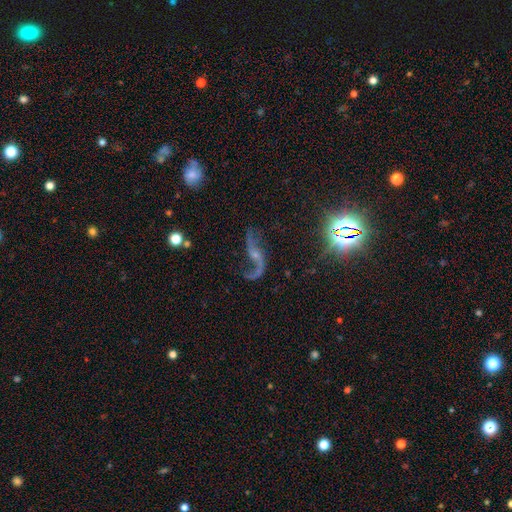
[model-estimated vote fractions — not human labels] Smooth or featured? featured or disk (82%)
Edge-on disk? no (95%)
Bar? no (52%)
Spiral arms? yes (94%)
Spiral winding? loose (91%)
Spiral arm count? 2 (88%)
Bulge size? small (61%)
Merging? none (60%)